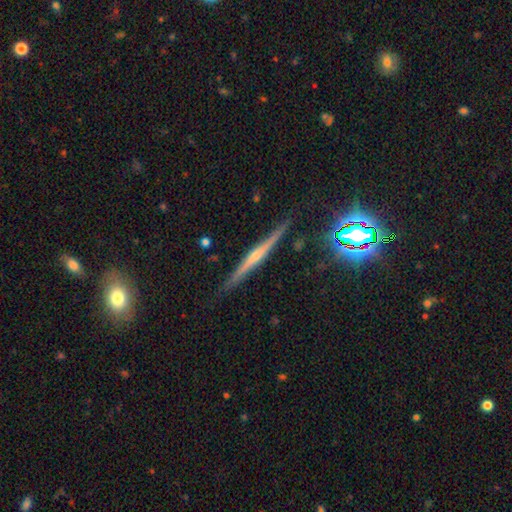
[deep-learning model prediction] The model was most divided on "edge-on bulge": rounded: 66%, none: 24%, boxy: 10%. More confident: edge-on disk — yes (98%); merging — none (88%); smooth or featured — featured or disk (70%).